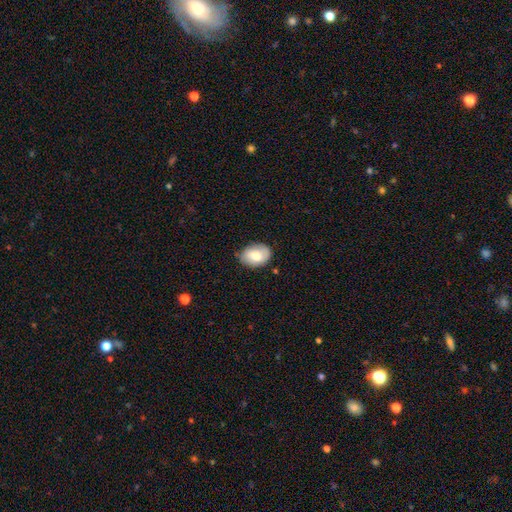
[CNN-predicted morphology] Overall: smooth (74%). How rounded: in between (76%). Merging: none (74%).